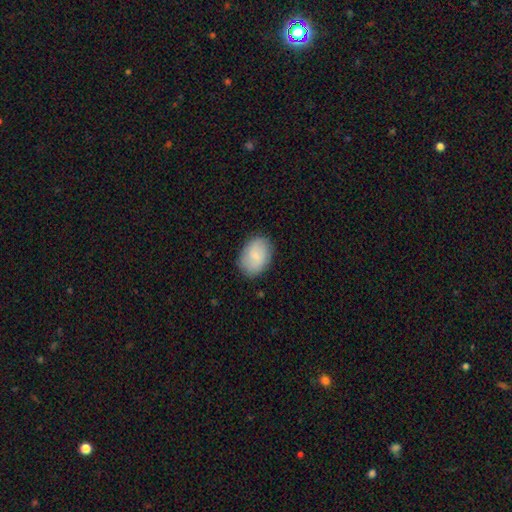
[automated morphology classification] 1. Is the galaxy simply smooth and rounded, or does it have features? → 82% smooth, 12% featured or disk, 6% star or artifact.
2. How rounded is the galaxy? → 78% in between, 21% round, 1% cigar-shaped.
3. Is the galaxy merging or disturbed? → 83% none, 13% minor disturbance, 3% major disturbance, 1% merger.